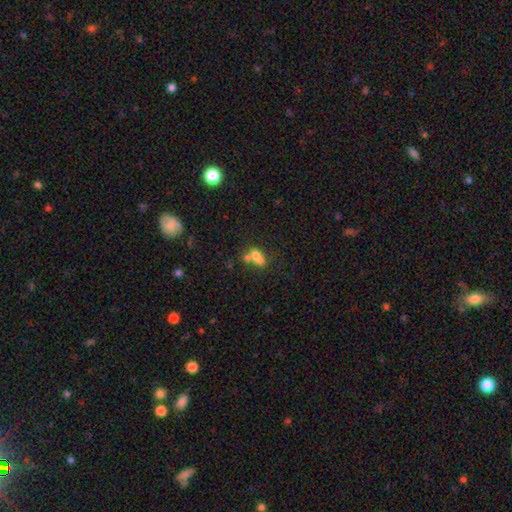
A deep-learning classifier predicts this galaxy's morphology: Overall: smooth (67%). How rounded: in between (62%; round 33%). Merging: merger (56%; none 26%).